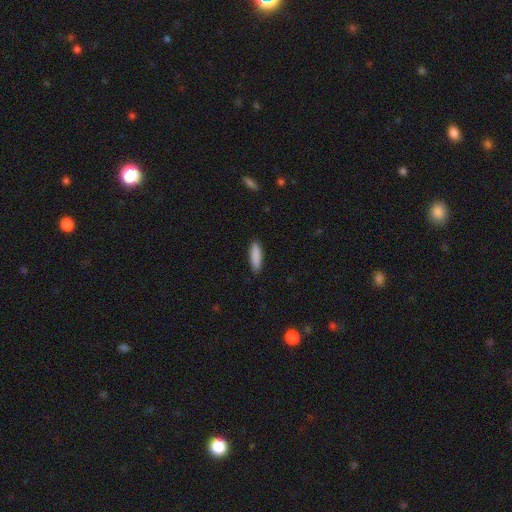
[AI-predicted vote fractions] The model was most divided on "how rounded": cigar-shaped: 63%, in between: 35%, round: 1%. More confident: smooth or featured — smooth (88%); merging — none (88%).